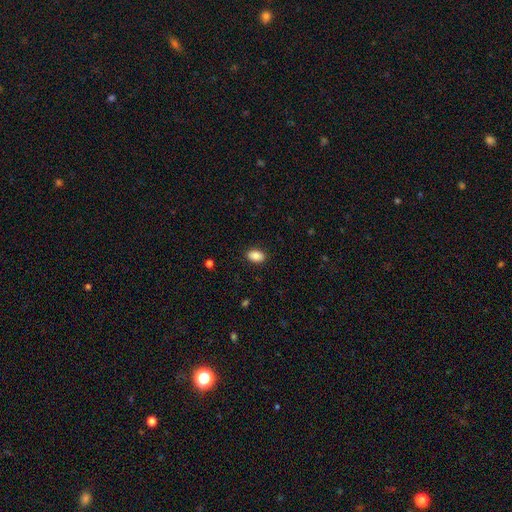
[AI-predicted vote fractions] A smooth galaxy with no disk features (87%) that is in between round and cigar-shaped (88%). Merging: none (88%).